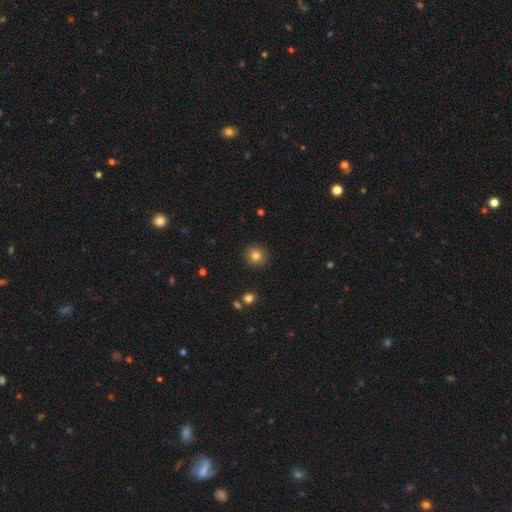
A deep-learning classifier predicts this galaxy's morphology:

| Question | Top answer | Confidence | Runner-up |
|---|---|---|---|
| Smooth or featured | smooth | 81% | star or artifact (11%) |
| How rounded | round | 92% | in between (7%) |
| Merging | none | 91% | minor disturbance (6%) |